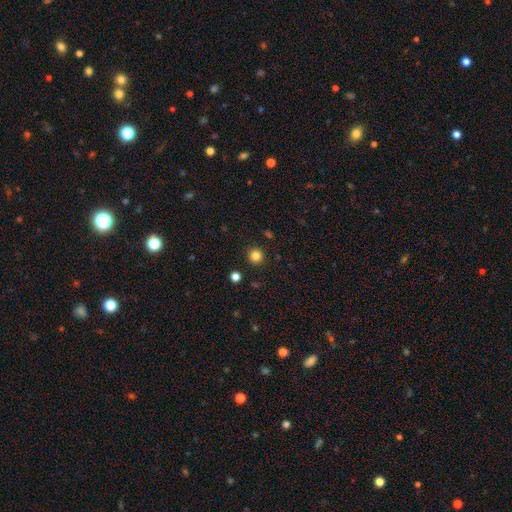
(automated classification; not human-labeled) Smooth or featured?
  - smooth: 83% *
  - star or artifact: 13%
  - featured or disk: 4%
How rounded?
  - round: 95% *
  - in between: 4%
  - cigar-shaped: 1%
Merging?
  - none: 92% *
  - minor disturbance: 5%
  - major disturbance: 2%
  - merger: 1%